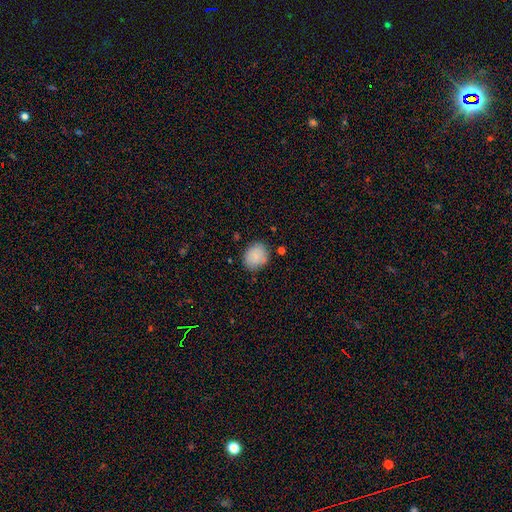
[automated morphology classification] Q: Smooth or featured?
A: smooth (86%); runner-up: star or artifact (8%)
Q: How rounded?
A: round (67%); runner-up: in between (32%)
Q: Merging?
A: none (80%); runner-up: minor disturbance (13%)